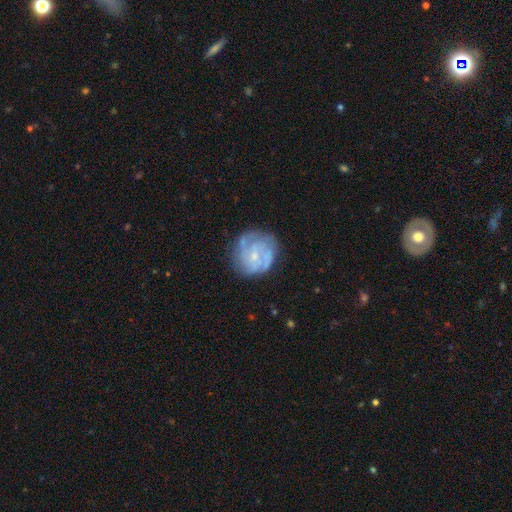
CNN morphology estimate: Smooth or featured?
  - featured or disk: 72% *
  - smooth: 21%
  - star or artifact: 7%
Edge-on disk?
  - no: 98% *
  - yes: 2%
Bar?
  - no: 59% *
  - weak: 35%
  - strong: 6%
Spiral arms?
  - yes: 77% *
  - no: 23%
Spiral winding?
  - tight: 50% *
  - medium: 36%
  - loose: 14%
Spiral arm count?
  - can't tell: 41% *
  - 3: 21%
  - 2: 19%
  - 4: 9%
  - 1: 5%
  - more than 4: 5%
Bulge size?
  - small: 63% *
  - moderate: 24%
  - none: 11%
  - large: 1%
  - dominant: 1%
Merging?
  - none: 68% *
  - minor disturbance: 20%
  - major disturbance: 10%
  - merger: 2%